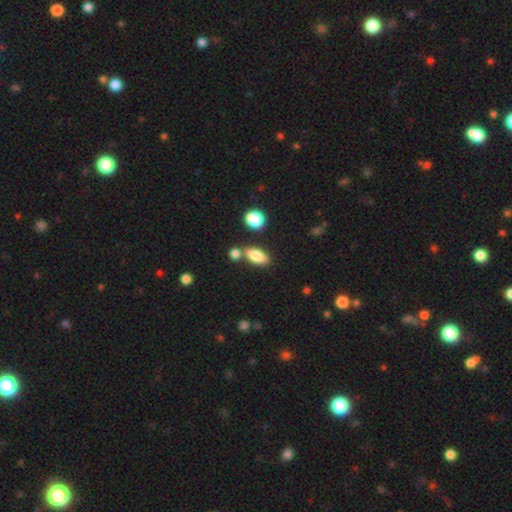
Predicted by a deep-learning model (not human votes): Smooth or featured?
  - smooth: 80% *
  - featured or disk: 12%
  - star or artifact: 8%
How rounded?
  - in between: 80% *
  - cigar-shaped: 14%
  - round: 6%
Merging?
  - none: 67% *
  - merger: 18%
  - minor disturbance: 12%
  - major disturbance: 3%